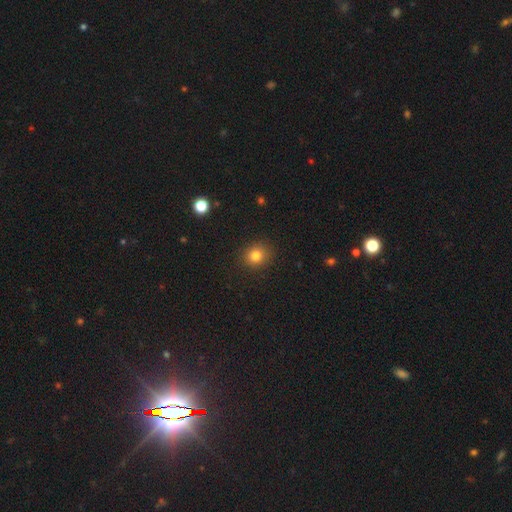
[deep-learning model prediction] This appears to be a smooth galaxy with no disk features (81%) that is round (77%). Merging: none (88%).